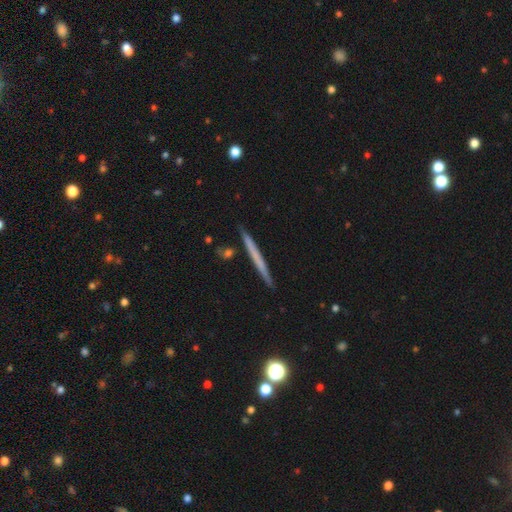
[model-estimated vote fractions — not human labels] Smooth or featured? Predicted: smooth (p=0.49). Merging? Predicted: none (p=0.91).